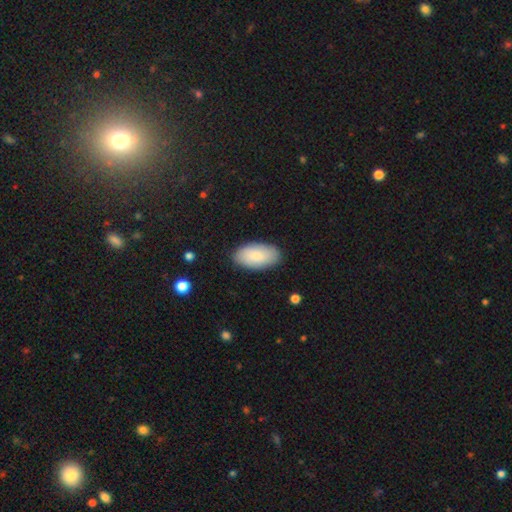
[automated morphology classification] The model was most divided on "smooth or featured": smooth: 83%, featured or disk: 12%, star or artifact: 5%. More confident: how rounded — in between (96%); merging — none (87%).